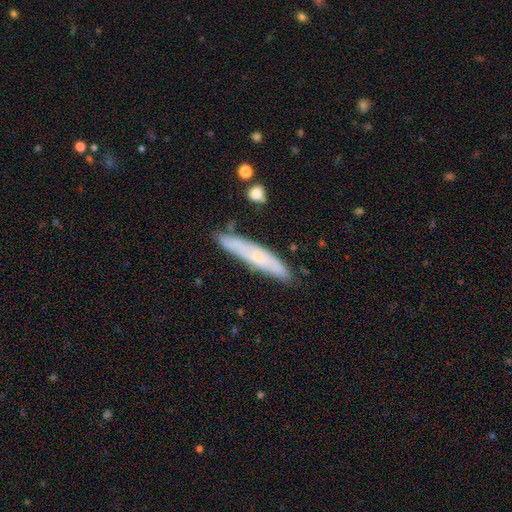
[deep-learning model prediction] Overall: smooth (48%; featured or disk 45%). Merging: none (77%).